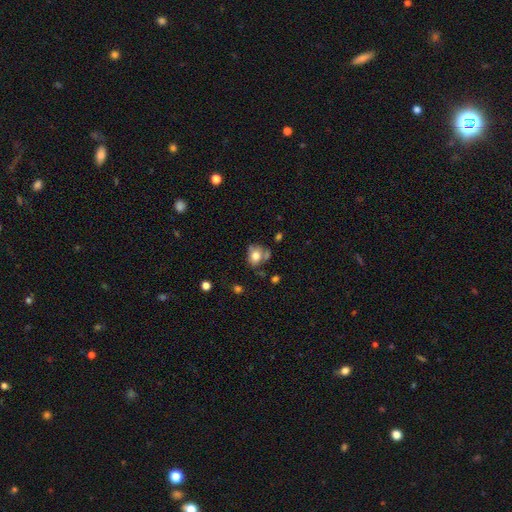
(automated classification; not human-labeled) Smooth or featured?
  - smooth: 70% *
  - featured or disk: 20%
  - star or artifact: 10%
How rounded?
  - round: 52% *
  - in between: 47%
  - cigar-shaped: 1%
Merging?
  - none: 45% *
  - minor disturbance: 24%
  - merger: 20%
  - major disturbance: 12%